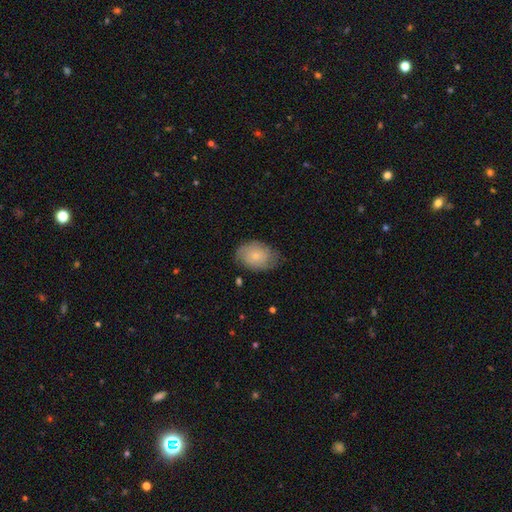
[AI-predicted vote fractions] Smooth or featured: smooth — 59% (featured or disk — 34%)
How rounded: in between — 78% (round — 21%)
Merging: none — 68% (minor disturbance — 24%)